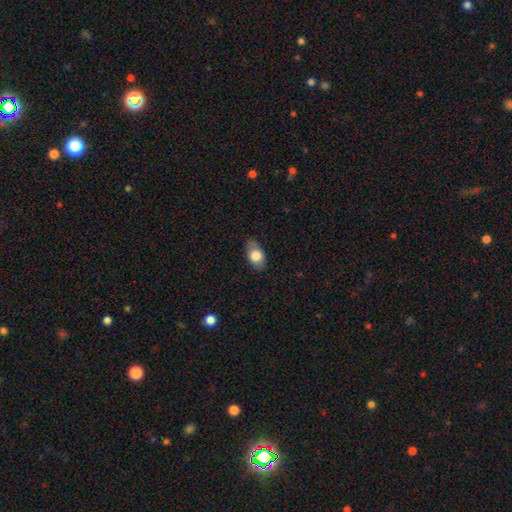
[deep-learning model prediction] smooth 76%, featured or disk 17%, star or artifact 7%. Down the decision tree: how rounded — in between (87%); merging — none (79%).